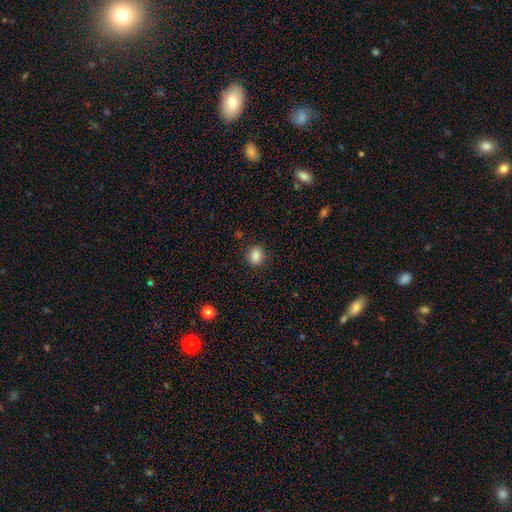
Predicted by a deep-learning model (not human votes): Smooth or featured? smooth (87%)
How rounded? round (69%)
Merging? none (89%)